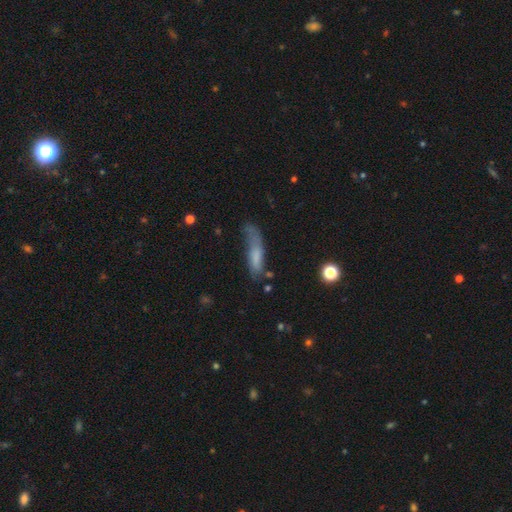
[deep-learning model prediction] Morphology: type=smooth (67%); roundness=cigar-shaped (64%); merging=none (36%).